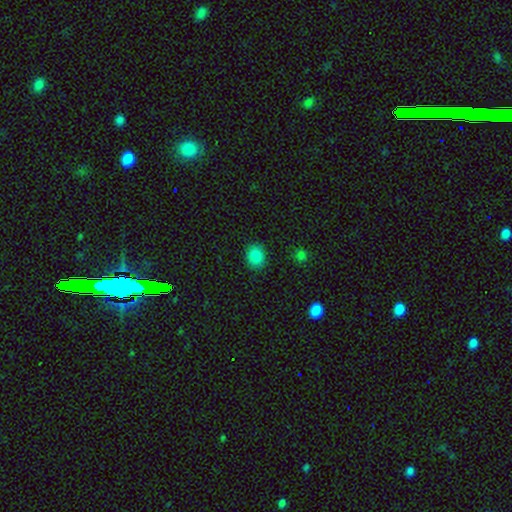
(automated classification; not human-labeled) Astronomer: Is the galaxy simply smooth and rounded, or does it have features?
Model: smooth — 86%.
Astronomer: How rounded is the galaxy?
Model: round — 56% (runner-up: in between, 43%).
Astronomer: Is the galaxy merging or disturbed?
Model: none — 88%.